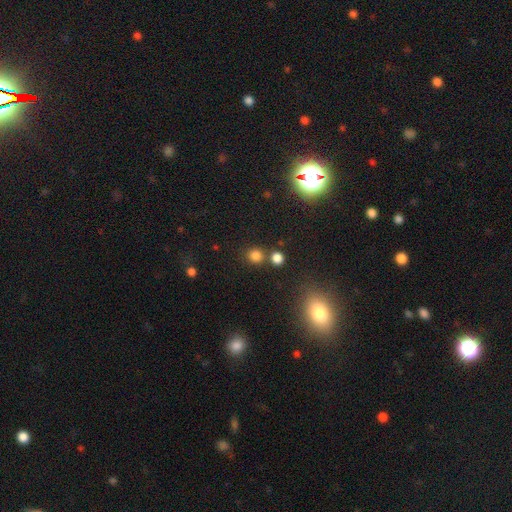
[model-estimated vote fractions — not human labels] This is likely a smooth galaxy (78%). How rounded: clearly round (88%). Merging: likely none (72%).